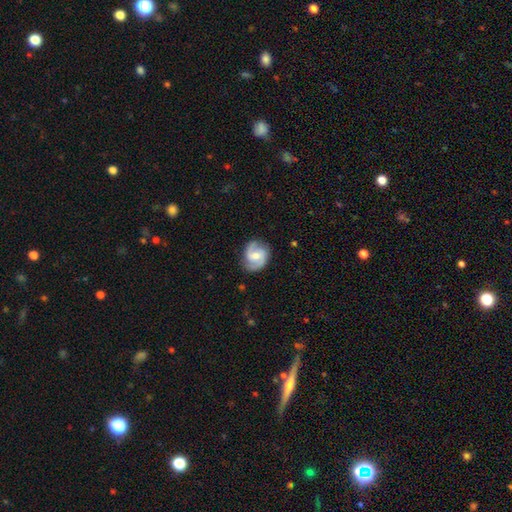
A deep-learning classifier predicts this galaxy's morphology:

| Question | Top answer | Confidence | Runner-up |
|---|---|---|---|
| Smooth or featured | featured or disk | 79% | smooth (16%) |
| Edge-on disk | no | 98% | yes (2%) |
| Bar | weak | 47% | no (41%) |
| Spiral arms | yes | 95% | no (5%) |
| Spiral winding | medium | 51% | tight (26%) |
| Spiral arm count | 2 | 91% | can't tell (4%) |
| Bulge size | moderate | 56% | small (39%) |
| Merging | none | 81% | minor disturbance (14%) |